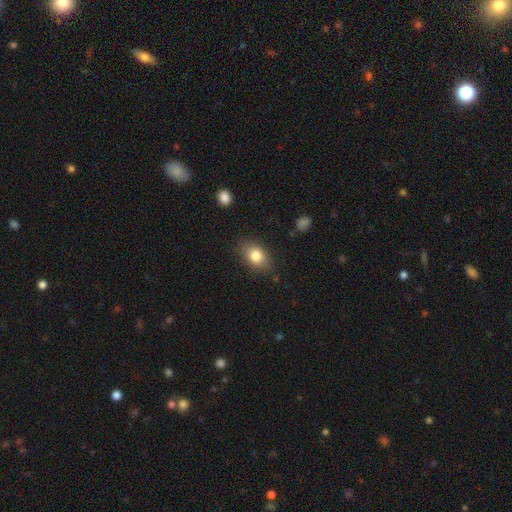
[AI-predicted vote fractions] Overall: smooth (81%). How rounded: in between (81%). Merging: none (83%).